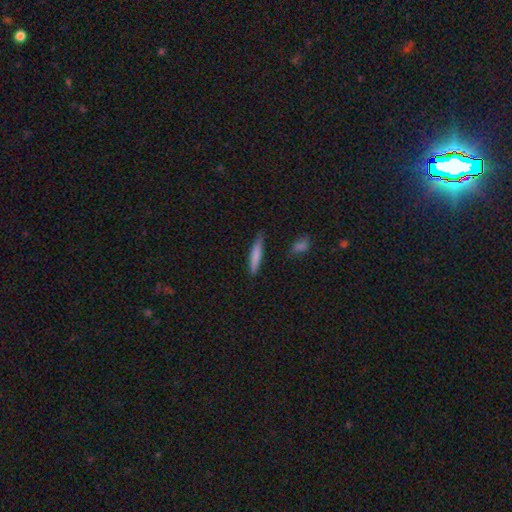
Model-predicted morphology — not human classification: This is likely a smooth galaxy (78%). How rounded: clearly cigar-shaped (89%). Merging: clearly none (80%).